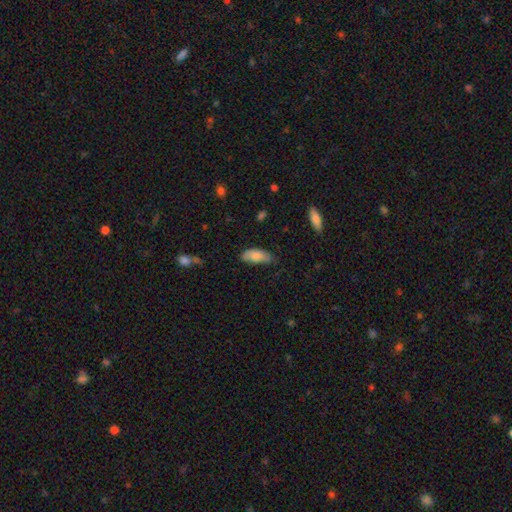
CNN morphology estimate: A smooth galaxy with no disk features (82%) that is in between round and cigar-shaped (85%). Merging: none (56%).